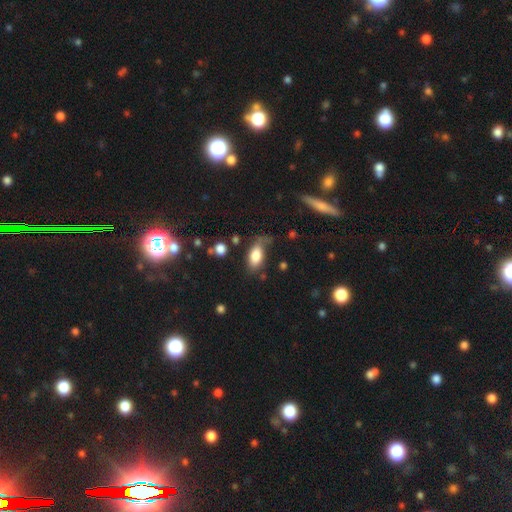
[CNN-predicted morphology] Smooth or featured? Predicted: smooth (p=0.79). How rounded? Predicted: in between (p=0.89). Merging? Predicted: none (p=0.49).